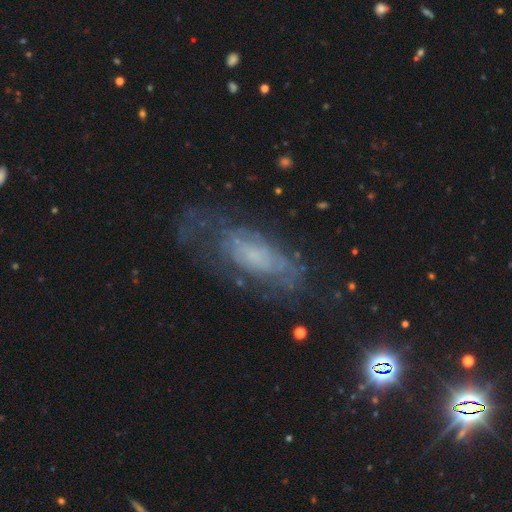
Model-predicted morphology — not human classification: featured or disk 60%, smooth 27%, star or artifact 13%. Down the decision tree: edge-on disk — no (87%); bar — no (78%); spiral arms — yes (60%); bulge size — small (39%); merging — none (55%).